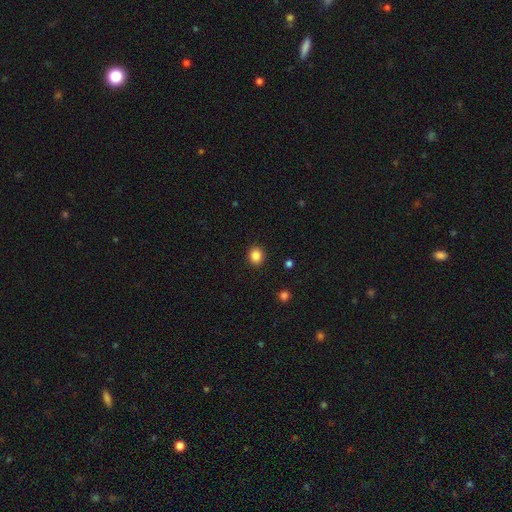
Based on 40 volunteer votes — Smooth or featured?
  - smooth: 92% *
  - featured or disk: 5%
  - star or artifact: 2%
How rounded?
  - round: 73% *
  - in between: 27%
  - cigar-shaped: 0%
Merging?
  - none: 82% *
  - minor disturbance: 13%
  - merger: 5%
  - major disturbance: 0%